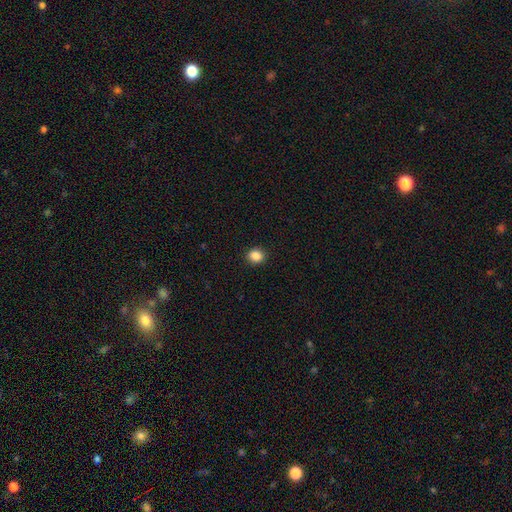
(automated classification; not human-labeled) Overall: smooth (87%). How rounded: round (81%). Merging: none (91%).